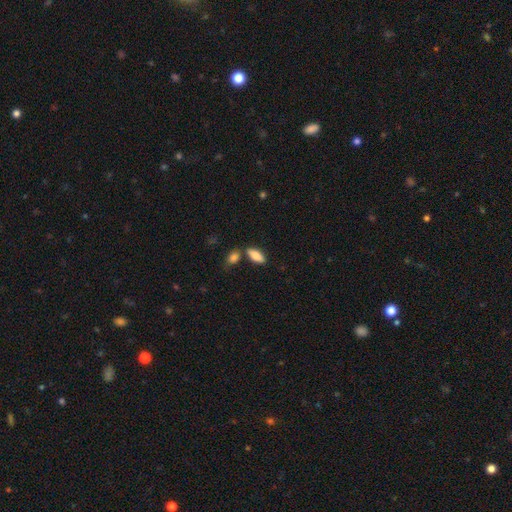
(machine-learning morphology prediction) smooth_or_featured: smooth (p=0.81) [alt: featured or disk p=0.12]
how_rounded: in between (p=0.82) [alt: cigar-shaped p=0.16]
merging: none (p=0.73) [alt: merger p=0.13]